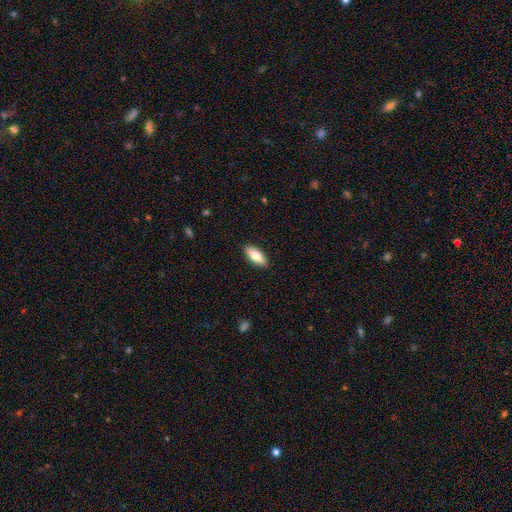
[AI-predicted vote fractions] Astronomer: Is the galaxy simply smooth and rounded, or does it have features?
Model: smooth — 78%.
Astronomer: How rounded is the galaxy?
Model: in between — 81%.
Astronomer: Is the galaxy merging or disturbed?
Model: none — 90%.